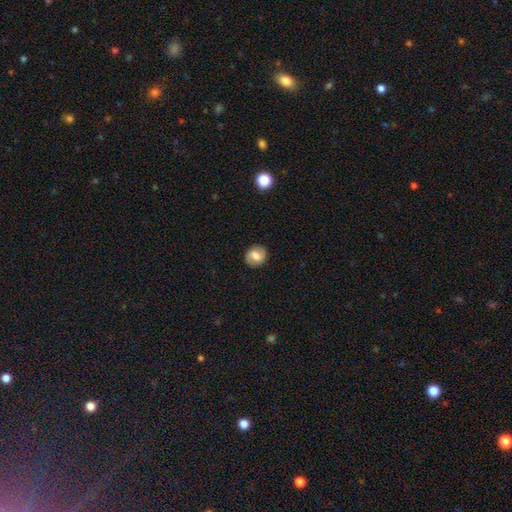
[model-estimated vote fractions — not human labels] This is possibly a smooth galaxy (49%). Merging: clearly none (87%).